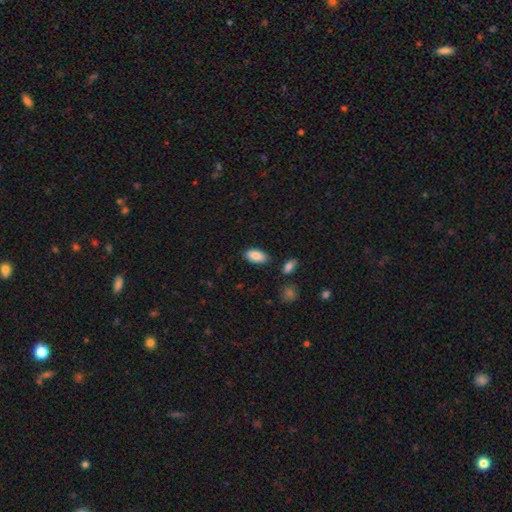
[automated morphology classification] Q: Smooth or featured?
A: smooth (88%); runner-up: star or artifact (7%)
Q: How rounded?
A: in between (94%); runner-up: round (3%)
Q: Merging?
A: none (81%); runner-up: minor disturbance (13%)